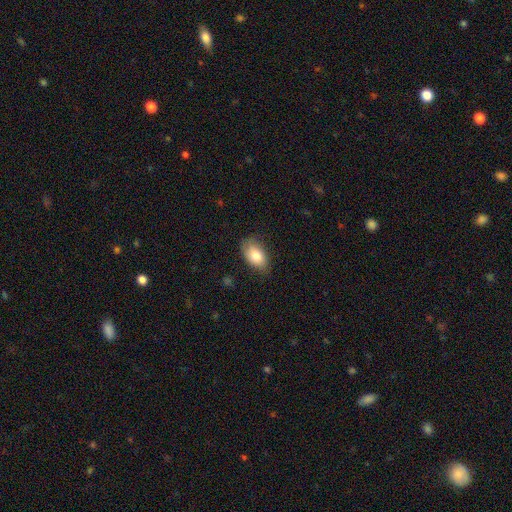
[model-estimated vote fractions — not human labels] Overall: smooth (81%). How rounded: in between (92%). Merging: none (74%).